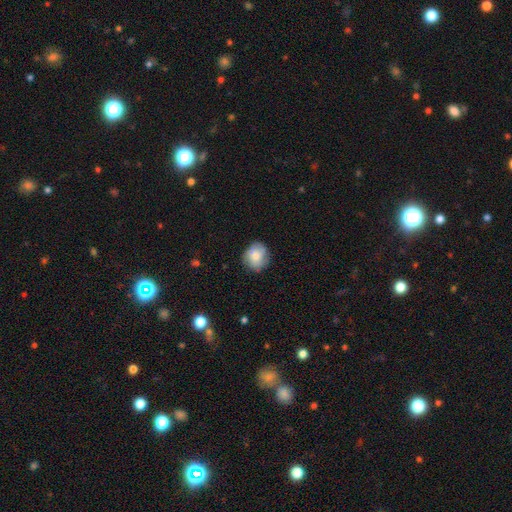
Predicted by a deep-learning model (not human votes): Q: Smooth or featured?
A: smooth (67%); runner-up: featured or disk (25%)
Q: How rounded?
A: round (77%); runner-up: in between (22%)
Q: Merging?
A: none (76%); runner-up: minor disturbance (18%)